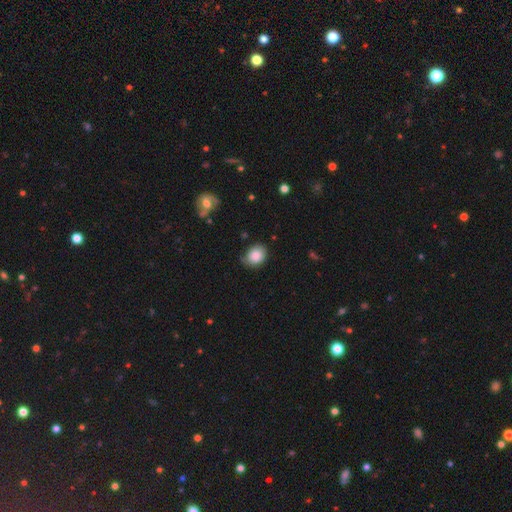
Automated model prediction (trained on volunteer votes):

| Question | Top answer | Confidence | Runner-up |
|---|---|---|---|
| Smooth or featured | smooth | 83% | featured or disk (9%) |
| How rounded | round | 57% | in between (42%) |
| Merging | none | 63% | minor disturbance (29%) |